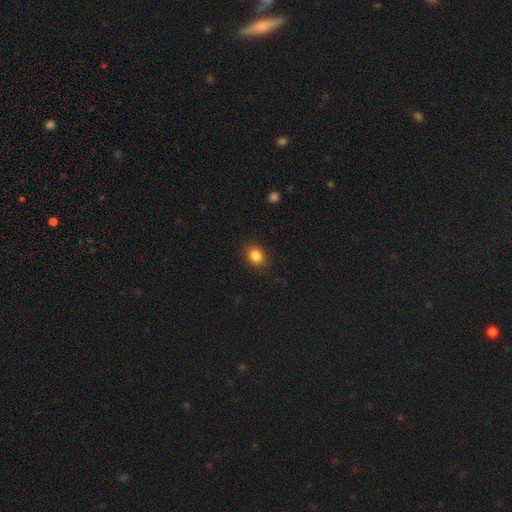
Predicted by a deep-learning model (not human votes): A smooth galaxy with no disk features (86%) that is in between round and cigar-shaped (54%).

Vote fractions:
- Smooth or featured? smooth: 86% / star or artifact: 9% / featured or disk: 5%
- How rounded? in between: 54% / round: 45% / cigar-shaped: 1%
- Merging? none: 87% / minor disturbance: 9% / major disturbance: 2% / merger: 1%